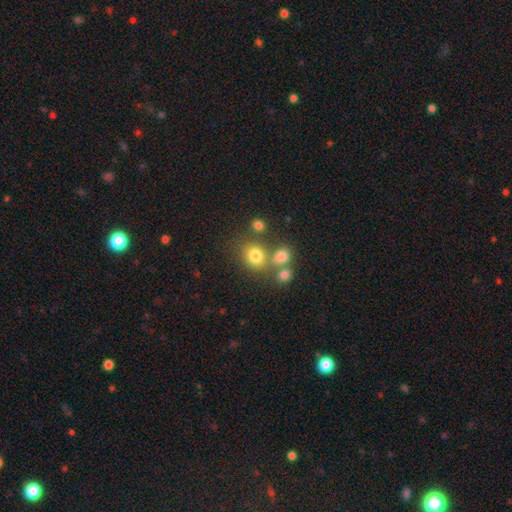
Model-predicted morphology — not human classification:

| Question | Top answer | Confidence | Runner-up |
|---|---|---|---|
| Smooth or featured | smooth | 77% | star or artifact (14%) |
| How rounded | round | 69% | in between (30%) |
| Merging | none | 59% | merger (24%) |